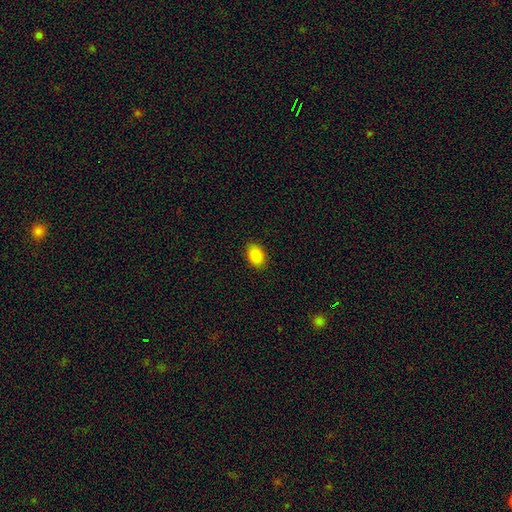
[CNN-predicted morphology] smooth 87%, star or artifact 8%, featured or disk 5%. Down the decision tree: how rounded — in between (82%); merging — none (87%).